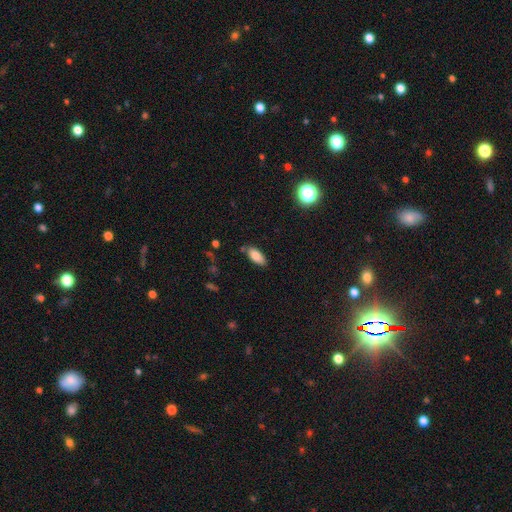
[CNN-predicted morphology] smooth_or_featured: smooth (p=0.84) [alt: star or artifact p=0.08]
how_rounded: in between (p=0.87) [alt: cigar-shaped p=0.10]
merging: none (p=0.79) [alt: minor disturbance p=0.15]